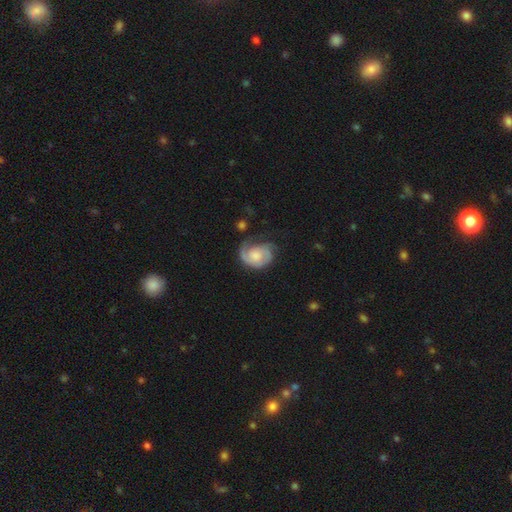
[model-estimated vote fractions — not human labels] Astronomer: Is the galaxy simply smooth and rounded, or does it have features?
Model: featured or disk — 77%.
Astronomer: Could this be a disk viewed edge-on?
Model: no — 98%.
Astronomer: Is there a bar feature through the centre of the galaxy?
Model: no — 71%.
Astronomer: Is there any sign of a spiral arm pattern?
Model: yes — 95%.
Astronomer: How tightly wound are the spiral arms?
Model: tight — 49% (runner-up: medium, 37%).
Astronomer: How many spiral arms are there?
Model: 2 — 49%.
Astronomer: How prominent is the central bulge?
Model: moderate — 39% (runner-up: small, 25%).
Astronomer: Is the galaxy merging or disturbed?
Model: none — 53%.